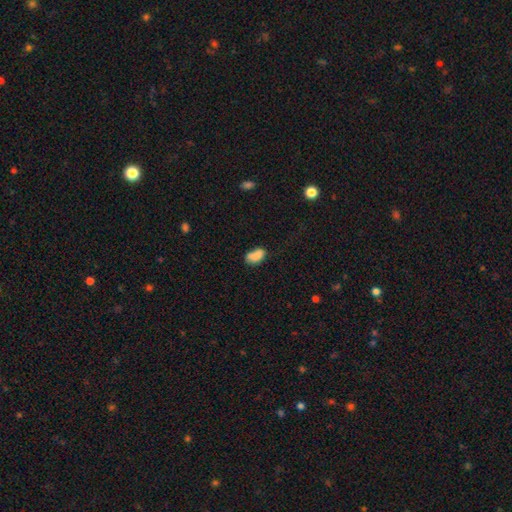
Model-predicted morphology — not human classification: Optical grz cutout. It shows a smooth galaxy with no disk features (83%) that is in between round and cigar-shaped (90%). Merging: none (59%).